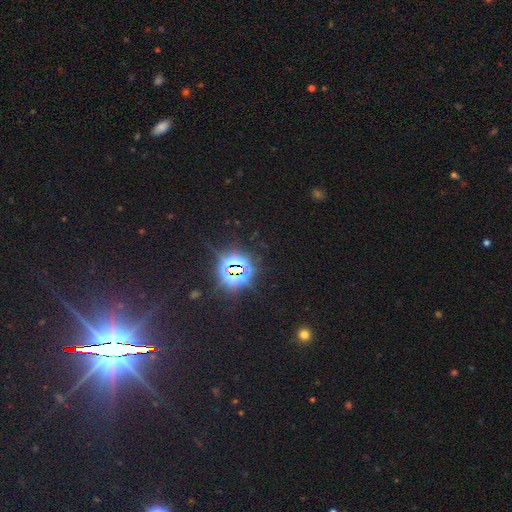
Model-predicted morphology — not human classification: Q: Smooth or featured?
A: star or artifact (82%); runner-up: smooth (10%)